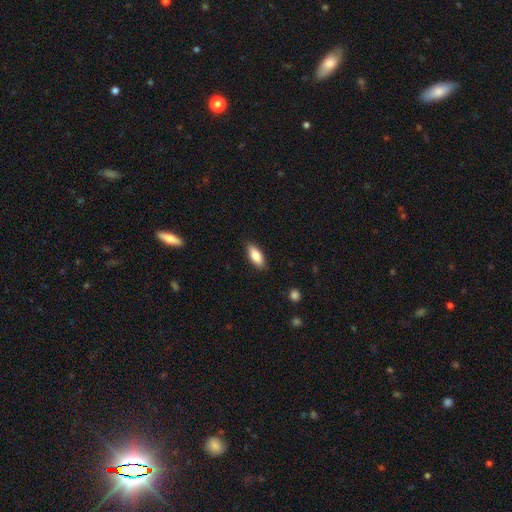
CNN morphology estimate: smooth 82%, featured or disk 12%, star or artifact 6%. Down the decision tree: how rounded — in between (79%); merging — none (88%).